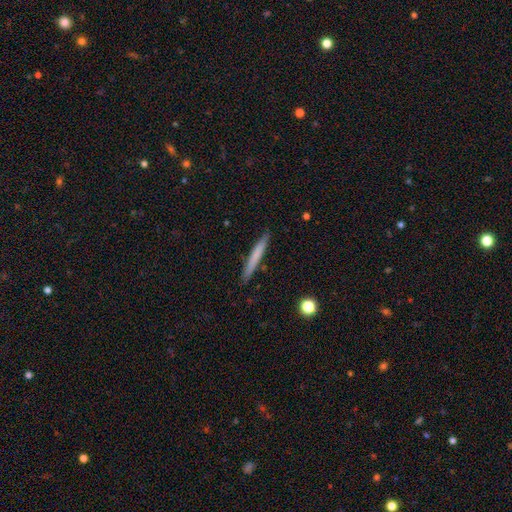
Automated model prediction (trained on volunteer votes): Smooth or featured: smooth — 67% (featured or disk — 27%)
How rounded: cigar-shaped — 96% (in between — 2%)
Merging: none — 89% (minor disturbance — 8%)